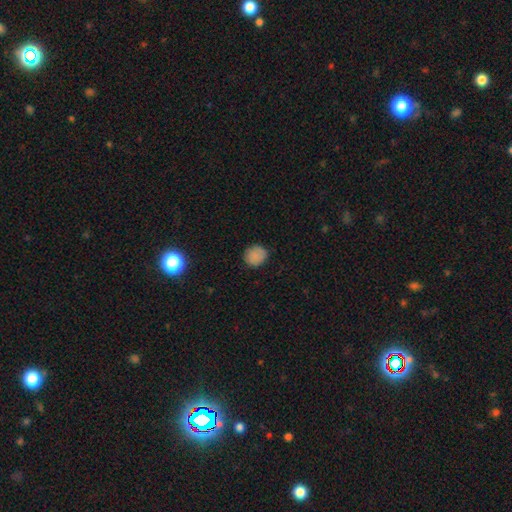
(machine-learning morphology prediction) Smooth or featured?
  - smooth: 84% *
  - star or artifact: 11%
  - featured or disk: 5%
How rounded?
  - round: 82% *
  - in between: 17%
  - cigar-shaped: 1%
Merging?
  - none: 85% *
  - minor disturbance: 12%
  - major disturbance: 2%
  - merger: 1%